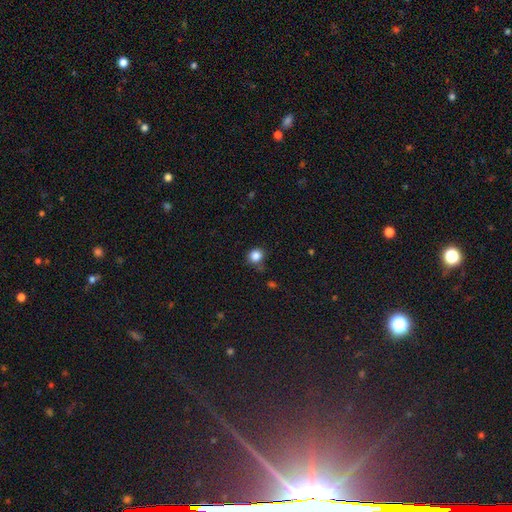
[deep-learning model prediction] This is clearly a smooth galaxy (84%). How rounded: clearly round (86%). Merging: likely none (76%).